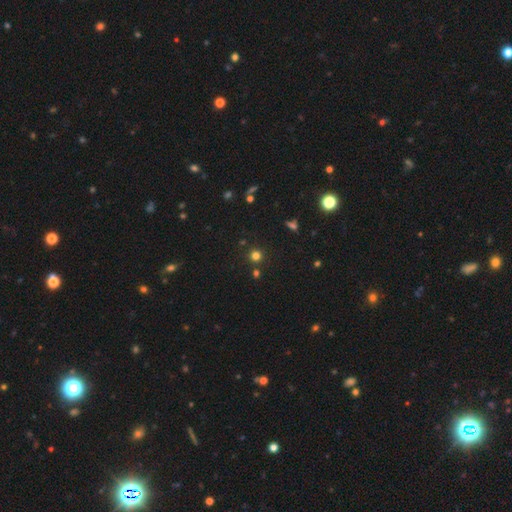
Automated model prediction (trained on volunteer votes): Overall: smooth (73%). How rounded: round (94%). Merging: none (85%).